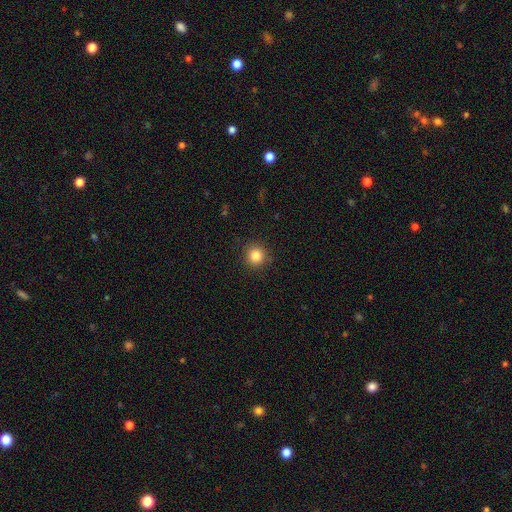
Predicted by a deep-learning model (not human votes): Morphology: type=smooth (84%); roundness=round (93%); merging=none (90%).